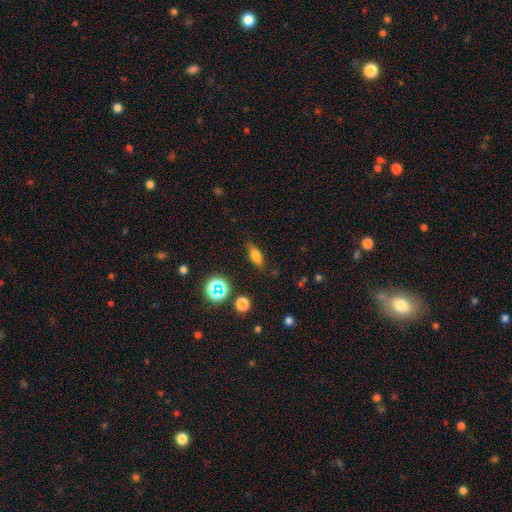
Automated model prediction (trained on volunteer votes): smooth_or_featured: smooth (p=0.71) [alt: featured or disk p=0.15]
how_rounded: in between (p=0.69) [alt: cigar-shaped p=0.23]
merging: none (p=0.81) [alt: minor disturbance p=0.13]